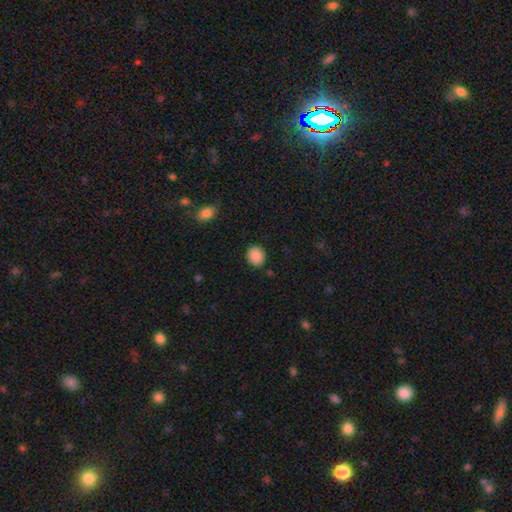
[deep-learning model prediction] The model was most divided on "how rounded": round: 61%, in between: 38%, cigar-shaped: 1%. More confident: smooth or featured — smooth (89%); merging — none (87%).